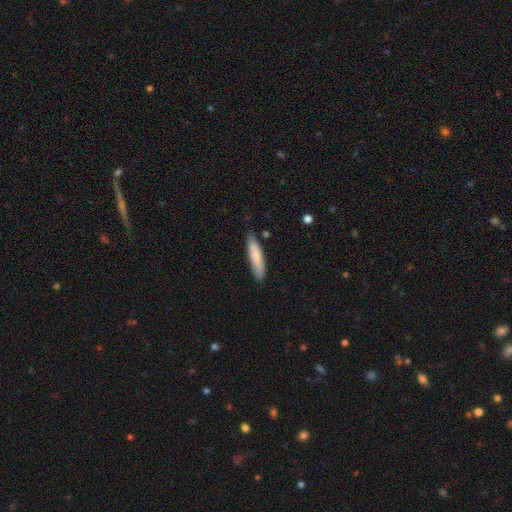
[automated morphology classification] A smooth galaxy with no disk features (78%) that is cigar-shaped (76%).

Vote fractions:
- Smooth or featured? smooth: 78% / featured or disk: 16% / star or artifact: 5%
- How rounded? cigar-shaped: 76% / in between: 23% / round: 1%
- Merging? none: 76% / minor disturbance: 19% / major disturbance: 3% / merger: 2%